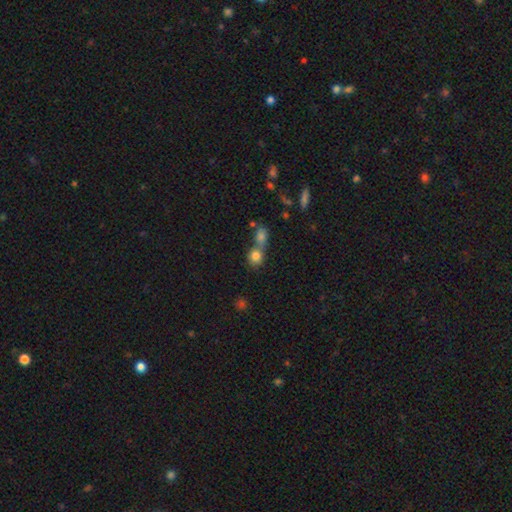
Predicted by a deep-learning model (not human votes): Overall: smooth (80%). How rounded: round (77%). Merging: merger (55%; none 35%).